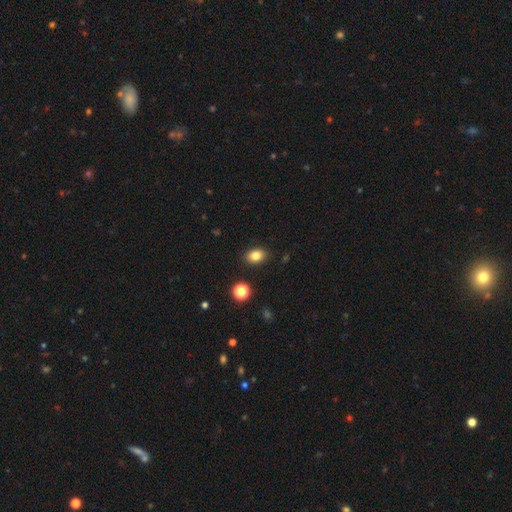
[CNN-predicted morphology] Smooth or featured?
  - smooth: 83% *
  - star or artifact: 11%
  - featured or disk: 6%
How rounded?
  - in between: 72% *
  - round: 27%
  - cigar-shaped: 1%
Merging?
  - none: 88% *
  - minor disturbance: 8%
  - major disturbance: 2%
  - merger: 2%